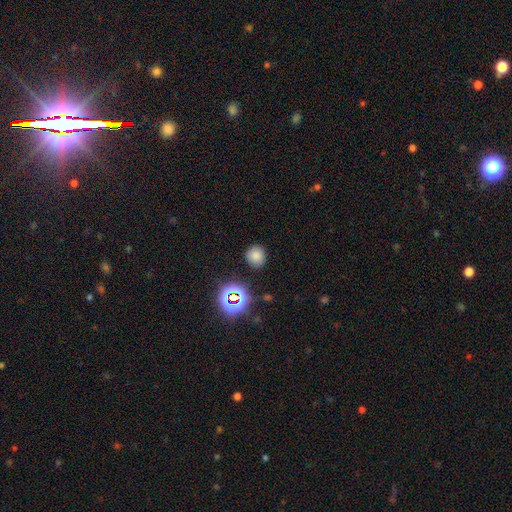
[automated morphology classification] Smooth or featured?
  - smooth: 75% *
  - star or artifact: 19%
  - featured or disk: 6%
How rounded?
  - round: 86% *
  - in between: 13%
  - cigar-shaped: 1%
Merging?
  - none: 86% *
  - minor disturbance: 9%
  - major disturbance: 3%
  - merger: 2%